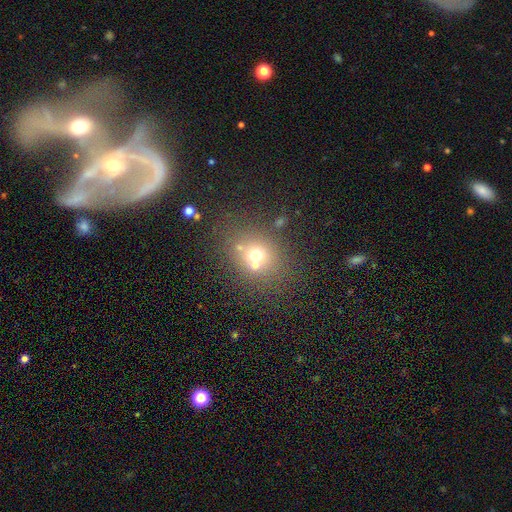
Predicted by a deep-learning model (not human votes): Smooth or featured? smooth (61%)
How rounded? round (70%)
Merging? none (56%)